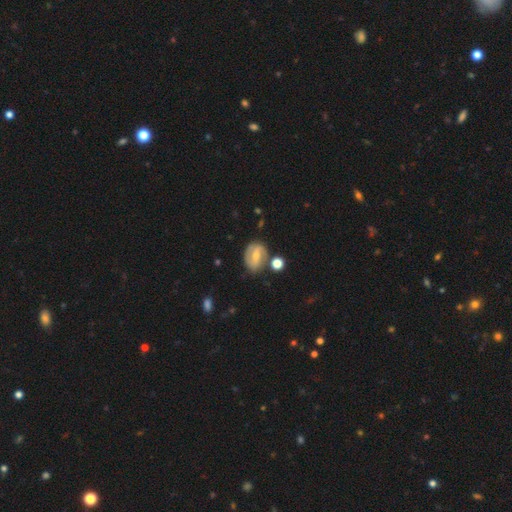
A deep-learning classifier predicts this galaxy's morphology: smooth-or-featured: featured or disk: 62% | smooth: 30% | star or artifact: 8%
  disk-edge-on: no: 96% | yes: 4%
    bar: weak: 44% | strong: 31% | no: 26%
    has-spiral-arms: yes: 81% | no: 19%
    bulge-size: small: 51% | moderate: 43% | none: 3% | large: 2% | dominant: 1%
  merging: none: 69% | minor disturbance: 17% | merger: 9% | major disturbance: 5%